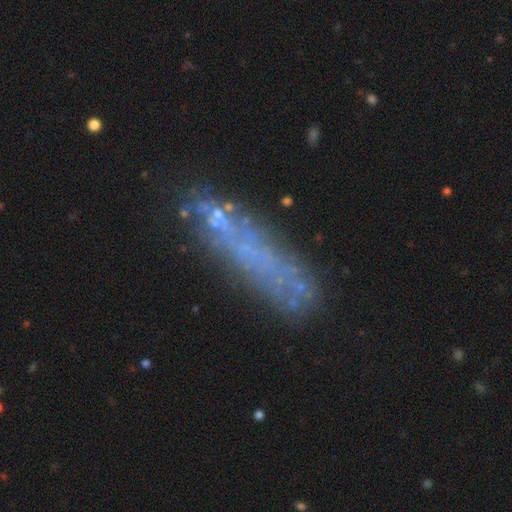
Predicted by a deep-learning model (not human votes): Smooth or featured? featured or disk (47%)
Merging? none (65%)